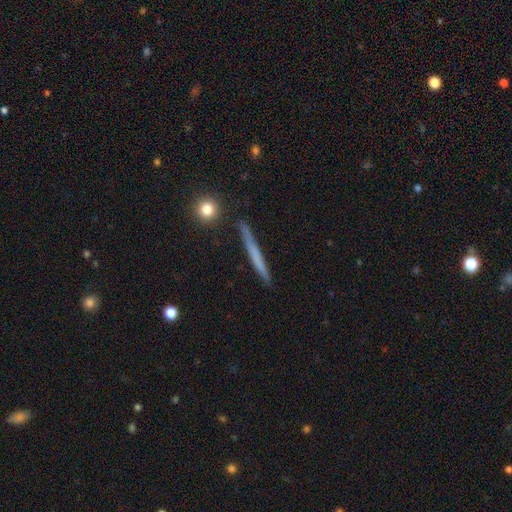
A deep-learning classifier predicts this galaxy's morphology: This appears to be a smooth galaxy with no disk features (53%) that is cigar-shaped (96%). Merging: none (89%).